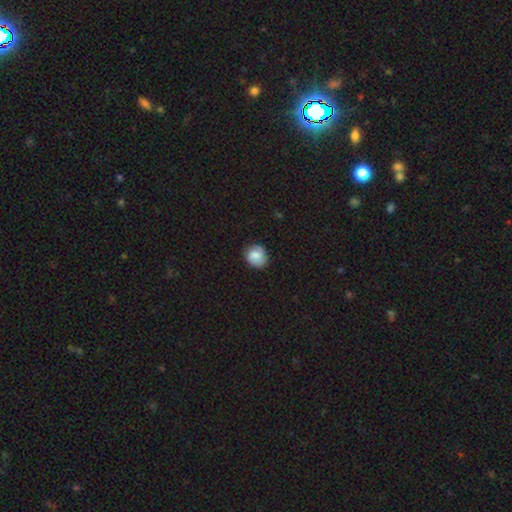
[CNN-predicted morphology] type=smooth (76%); roundness=round (76%); merging=none (79%).